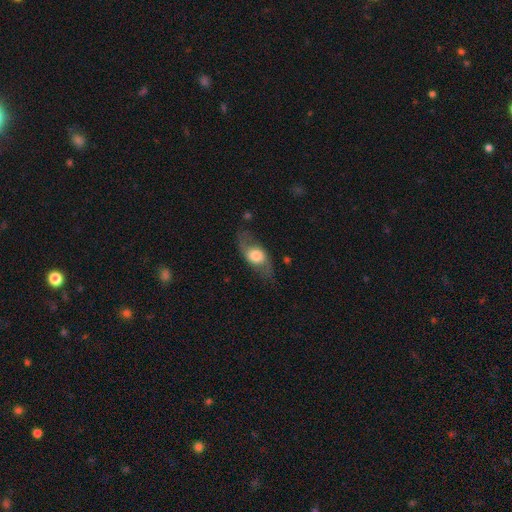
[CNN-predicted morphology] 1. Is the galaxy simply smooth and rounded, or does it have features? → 47% featured or disk, 46% smooth, 7% star or artifact.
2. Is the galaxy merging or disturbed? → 70% none, 17% minor disturbance, 10% major disturbance, 2% merger.